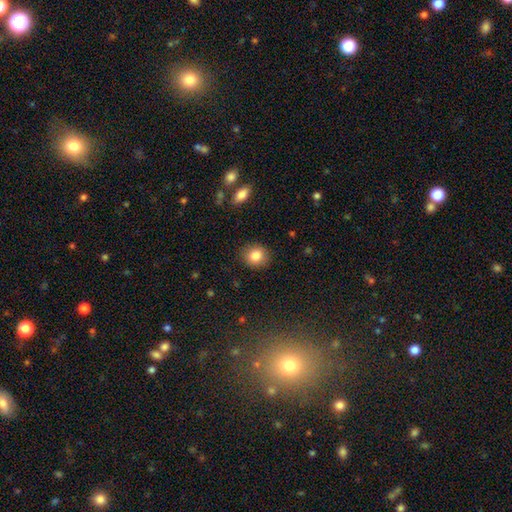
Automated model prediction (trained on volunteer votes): A smooth galaxy with no disk features (84%) that is round (77%). Merging: none (88%).